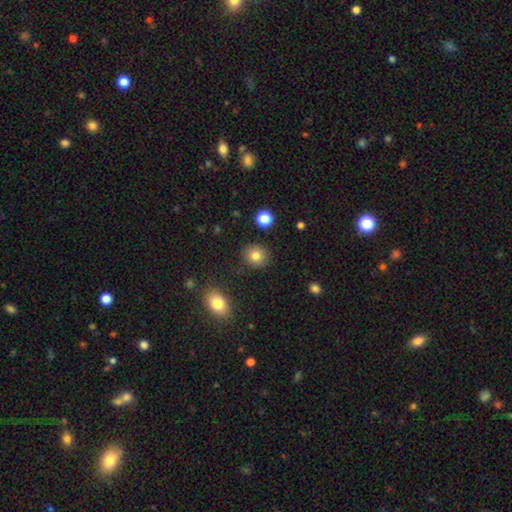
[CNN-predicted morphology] The model was most divided on "how rounded": round: 78%, in between: 21%, cigar-shaped: 1%. More confident: merging — none (87%); smooth or featured — smooth (81%).